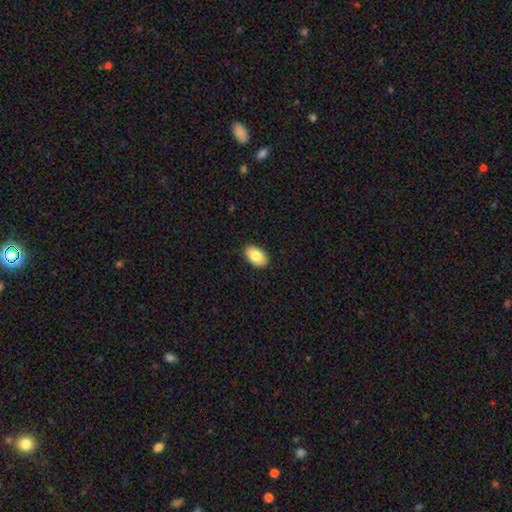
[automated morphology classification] Q: Smooth or featured?
A: smooth (83%); runner-up: featured or disk (11%)
Q: How rounded?
A: in between (93%); runner-up: round (6%)
Q: Merging?
A: none (89%); runner-up: minor disturbance (9%)